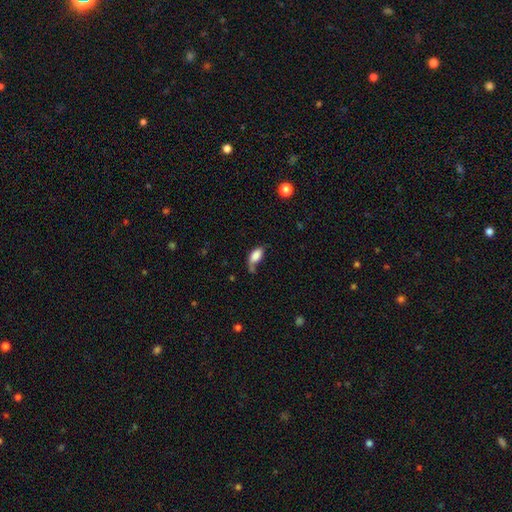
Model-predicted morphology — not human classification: smooth 82%, featured or disk 10%, star or artifact 8%. Down the decision tree: how rounded — in between (91%); merging — none (39%).